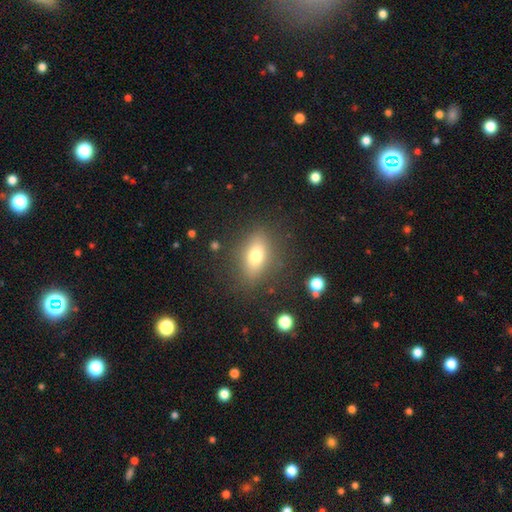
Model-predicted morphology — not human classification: type=smooth (72%); roundness=in between (78%); merging=none (82%).